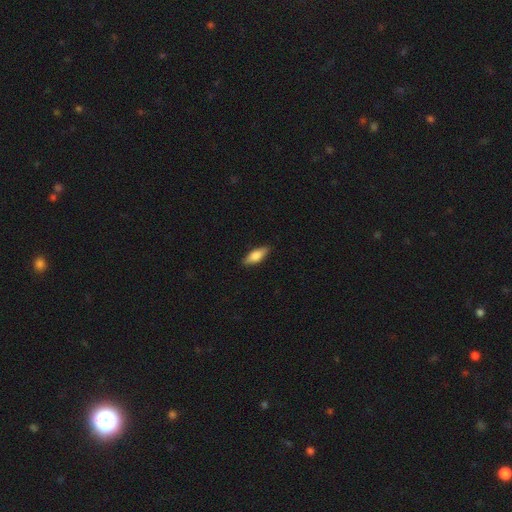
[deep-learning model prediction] A smooth galaxy with no disk features (78%) that is in between round and cigar-shaped (70%). Merging: none (88%).